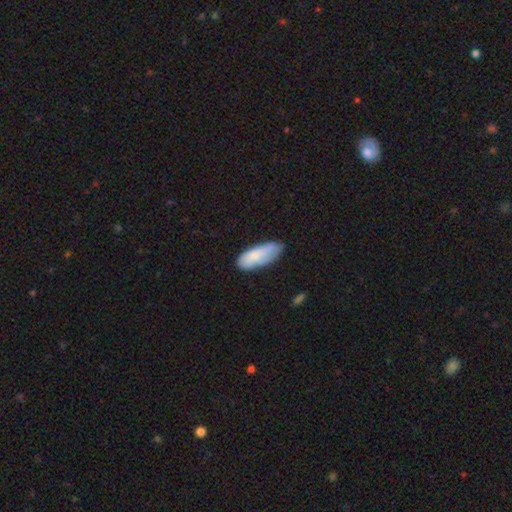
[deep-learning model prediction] Q: Smooth or featured?
A: smooth (78%); runner-up: featured or disk (16%)
Q: How rounded?
A: in between (79%); runner-up: cigar-shaped (19%)
Q: Merging?
A: none (52%); runner-up: minor disturbance (36%)